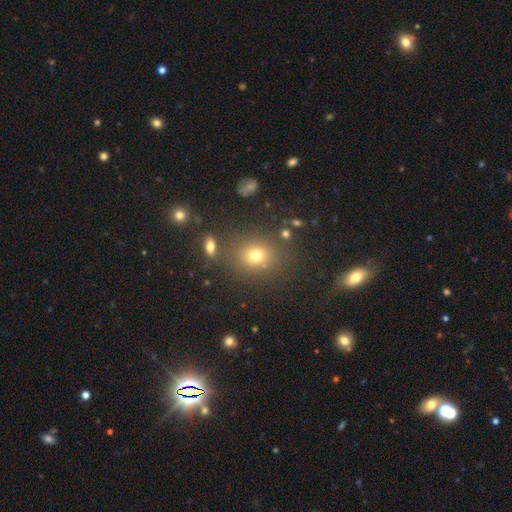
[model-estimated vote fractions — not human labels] Q: Smooth or featured?
A: smooth (71%); runner-up: star or artifact (19%)
Q: How rounded?
A: round (71%); runner-up: in between (27%)
Q: Merging?
A: none (79%); runner-up: minor disturbance (10%)